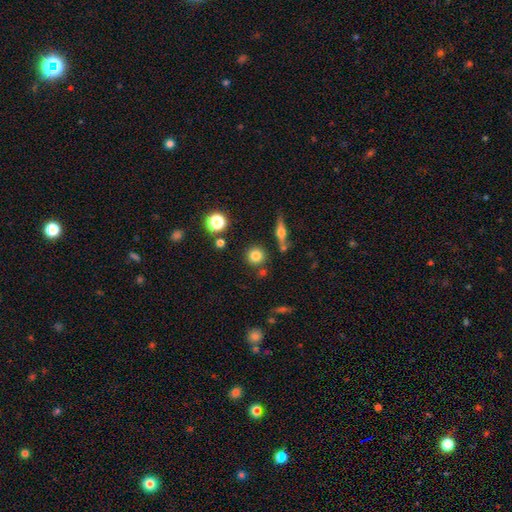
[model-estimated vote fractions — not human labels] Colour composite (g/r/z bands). It shows a smooth galaxy with no disk features (78%) that is round (92%). Merging: none (82%).